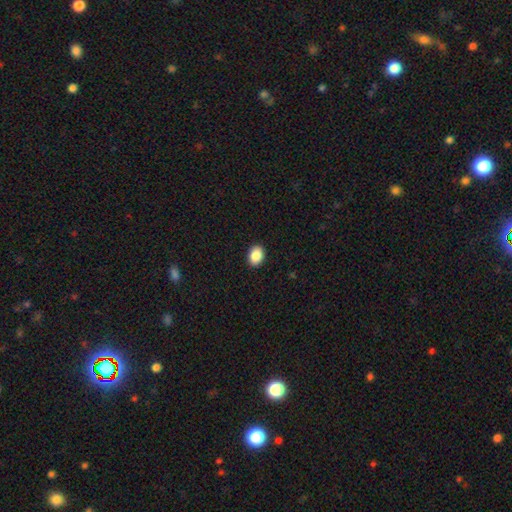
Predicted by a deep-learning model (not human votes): Q: Smooth or featured?
A: smooth (88%); runner-up: star or artifact (8%)
Q: How rounded?
A: in between (73%); runner-up: round (26%)
Q: Merging?
A: none (91%); runner-up: minor disturbance (6%)